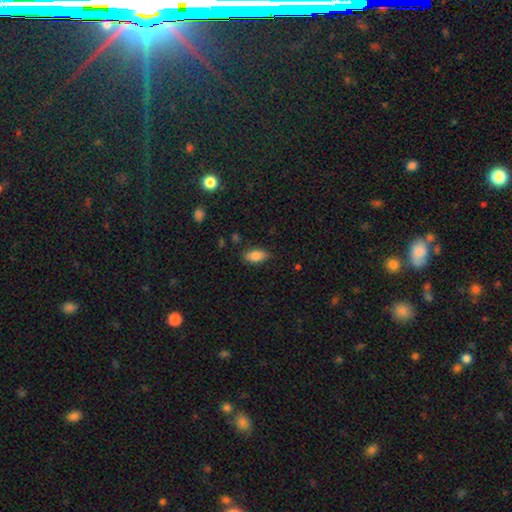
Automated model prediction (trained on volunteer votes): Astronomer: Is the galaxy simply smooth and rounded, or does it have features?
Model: smooth — 82%.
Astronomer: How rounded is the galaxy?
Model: in between — 90%.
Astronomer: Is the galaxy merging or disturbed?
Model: none — 84%.